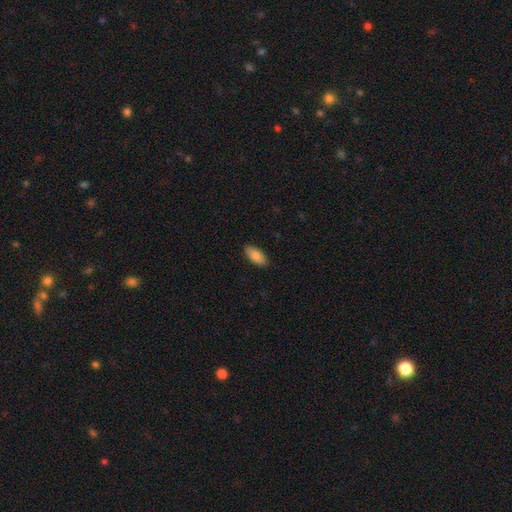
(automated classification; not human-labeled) Overall: smooth (82%). How rounded: in between (90%). Merging: none (88%).